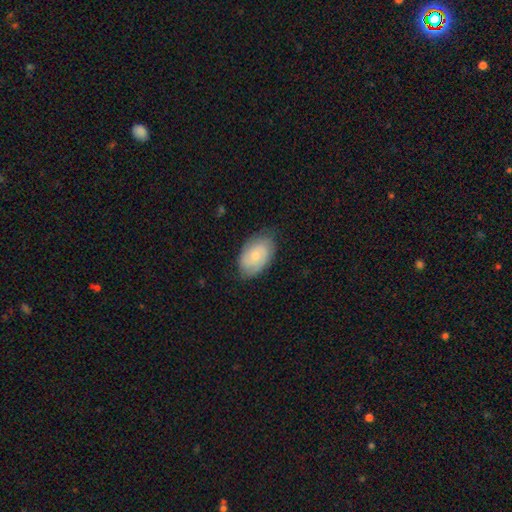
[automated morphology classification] Smooth or featured? smooth (54%)
How rounded? in between (91%)
Merging? none (76%)